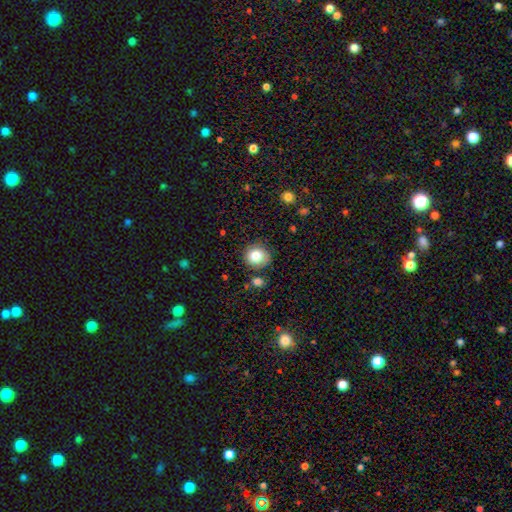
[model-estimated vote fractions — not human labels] Overall: smooth (80%). How rounded: round (87%). Merging: none (80%).